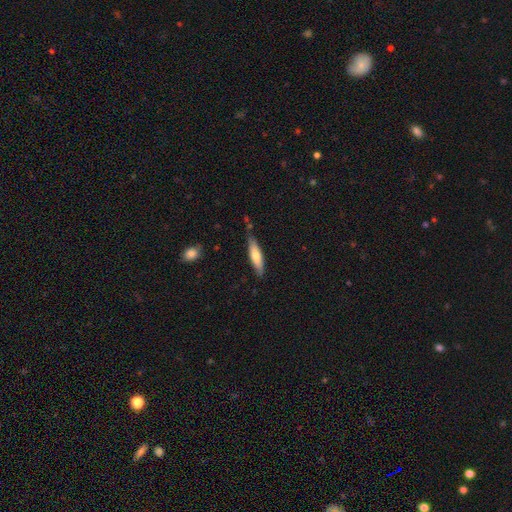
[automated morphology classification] This is likely a smooth galaxy (65%). How rounded: likely cigar-shaped (73%). Merging: likely none (77%).